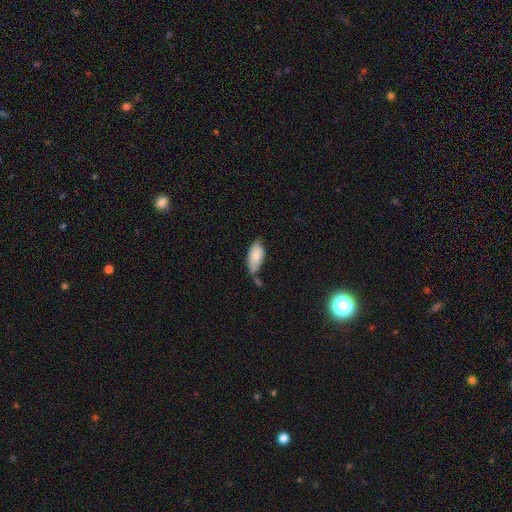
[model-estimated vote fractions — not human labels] The model was most divided on "merging": none: 45%, minor disturbance: 32%, merger: 14%, major disturbance: 8%. More confident: how rounded — in between (89%); smooth or featured — smooth (77%).